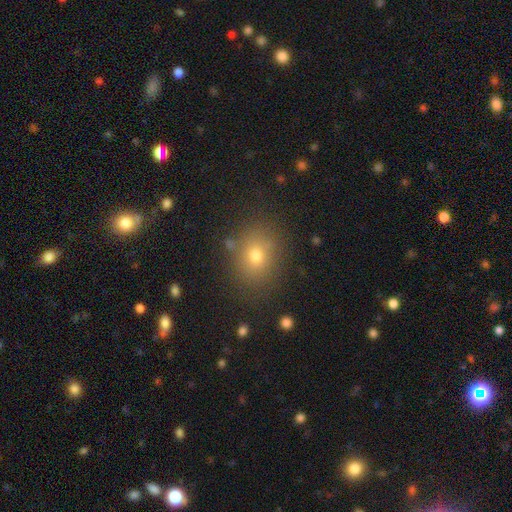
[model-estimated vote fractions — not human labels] A smooth galaxy with no disk features (72%) that is round (61%).

Vote fractions:
- Smooth or featured? smooth: 72% / star or artifact: 16% / featured or disk: 12%
- How rounded? round: 61% / in between: 38% / cigar-shaped: 1%
- Merging? none: 82% / minor disturbance: 11% / major disturbance: 4% / merger: 3%